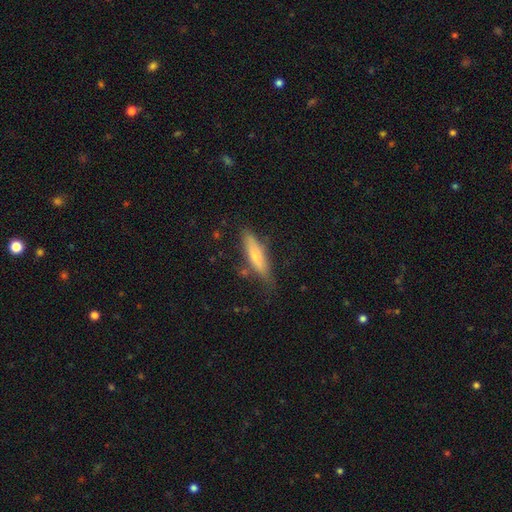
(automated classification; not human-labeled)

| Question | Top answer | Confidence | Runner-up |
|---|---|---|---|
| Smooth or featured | smooth | 60% | featured or disk (34%) |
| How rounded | cigar-shaped | 73% | in between (25%) |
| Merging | none | 71% | minor disturbance (21%) |